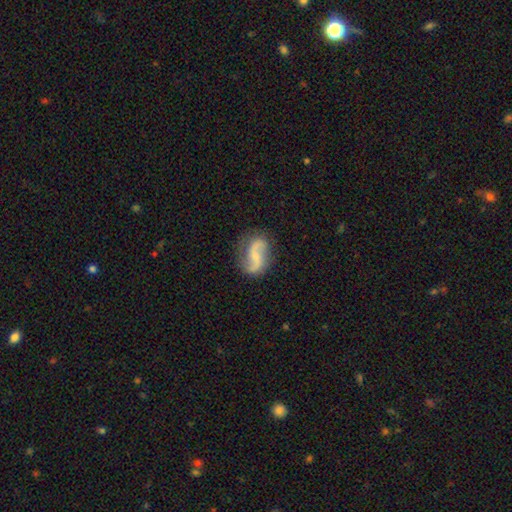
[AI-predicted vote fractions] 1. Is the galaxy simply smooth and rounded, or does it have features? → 83% featured or disk, 12% smooth, 5% star or artifact.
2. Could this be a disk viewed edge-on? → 98% no, 2% yes.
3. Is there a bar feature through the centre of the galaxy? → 46% no, 38% weak, 17% strong.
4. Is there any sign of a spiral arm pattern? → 96% yes, 4% no.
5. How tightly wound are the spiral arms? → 70% loose, 24% medium, 6% tight.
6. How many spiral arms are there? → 93% 2, 2% 1, 2% can't tell, 1% 3, 1% 4, 1% more than 4.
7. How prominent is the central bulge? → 62% small, 25% moderate, 11% none, 2% large, 1% dominant.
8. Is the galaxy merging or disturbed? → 80% none, 14% minor disturbance, 5% major disturbance, 2% merger.